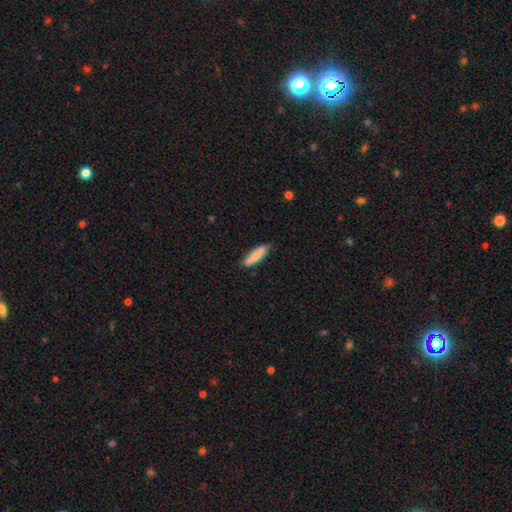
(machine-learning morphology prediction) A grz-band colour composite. It shows a smooth galaxy with no disk features (77%) that is cigar-shaped (65%). Merging: none (77%).